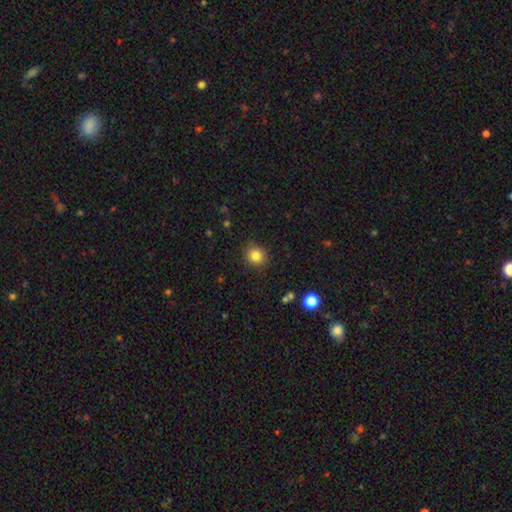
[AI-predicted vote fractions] Q: Smooth or featured?
A: smooth (84%); runner-up: star or artifact (11%)
Q: How rounded?
A: round (82%); runner-up: in between (17%)
Q: Merging?
A: none (88%); runner-up: minor disturbance (9%)